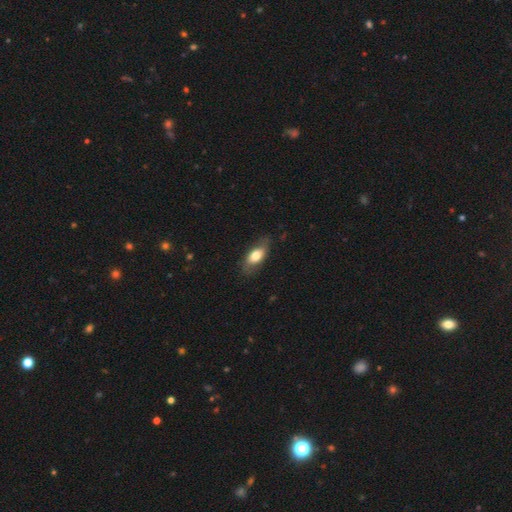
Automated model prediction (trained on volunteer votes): smooth_or_featured: smooth (p=0.70) [alt: featured or disk p=0.24]
how_rounded: in between (p=0.84) [alt: cigar-shaped p=0.12]
merging: none (p=0.74) [alt: minor disturbance p=0.20]